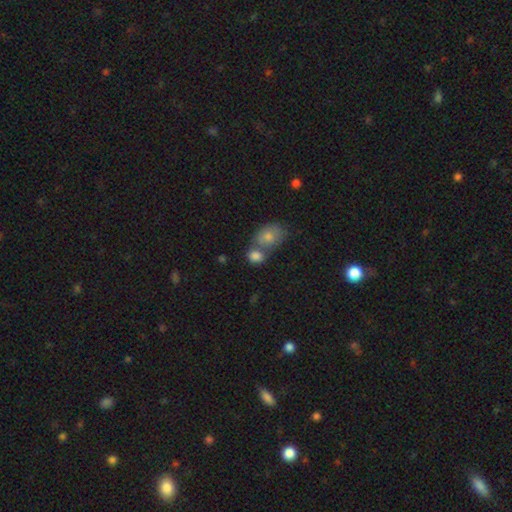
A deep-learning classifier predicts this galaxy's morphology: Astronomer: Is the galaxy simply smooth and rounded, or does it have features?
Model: smooth — 81%.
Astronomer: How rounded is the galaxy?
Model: in between — 52% (runner-up: round, 47%).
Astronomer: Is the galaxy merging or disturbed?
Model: merger — 49% (runner-up: none, 38%).